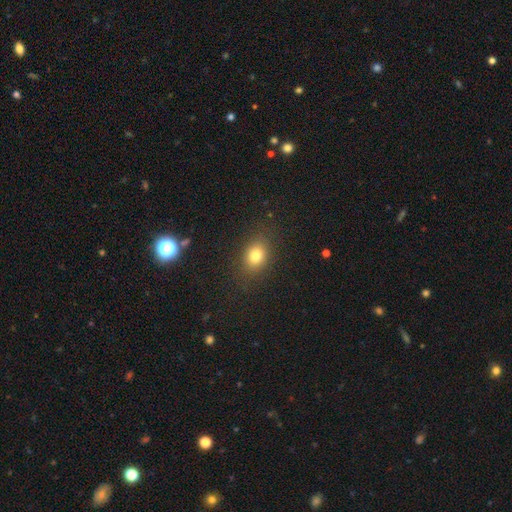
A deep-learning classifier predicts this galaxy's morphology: Smooth or featured: smooth — 80% (star or artifact — 12%)
How rounded: in between — 62% (round — 37%)
Merging: none — 83% (minor disturbance — 11%)